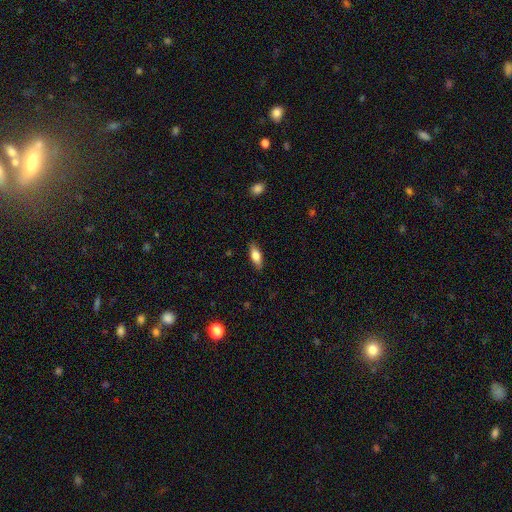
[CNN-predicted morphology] Smooth or featured?
  - smooth: 71% *
  - featured or disk: 22%
  - star or artifact: 7%
How rounded?
  - in between: 73% *
  - cigar-shaped: 24%
  - round: 3%
Merging?
  - none: 86% *
  - minor disturbance: 10%
  - major disturbance: 2%
  - merger: 1%